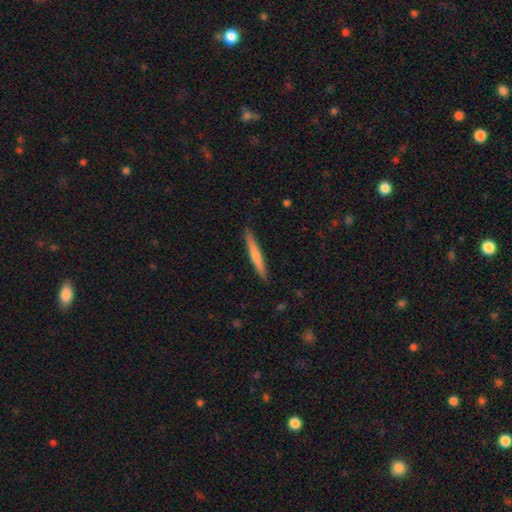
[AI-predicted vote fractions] The model was most divided on "smooth or featured": smooth: 61%, featured or disk: 34%, star or artifact: 5%. More confident: how rounded — cigar-shaped (96%); merging — none (89%).